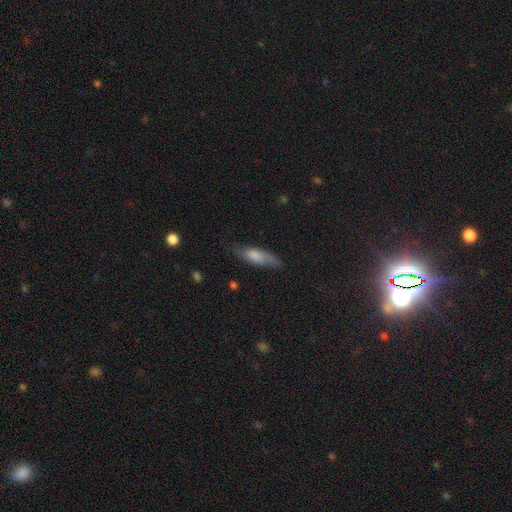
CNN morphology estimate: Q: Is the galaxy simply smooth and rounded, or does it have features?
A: smooth — 70%.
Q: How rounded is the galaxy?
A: cigar-shaped — 53%.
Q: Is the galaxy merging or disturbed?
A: none — 67%.